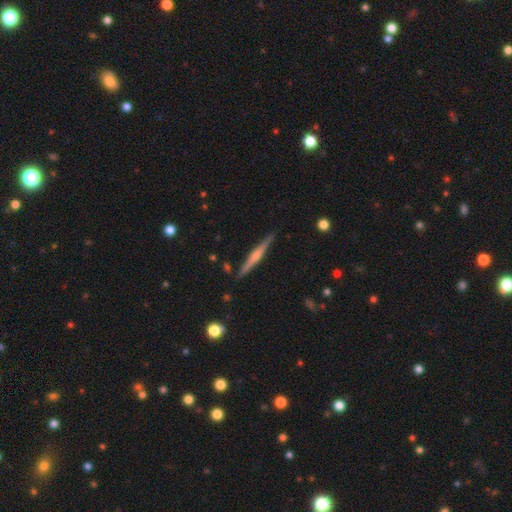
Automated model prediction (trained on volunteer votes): Smooth or featured: featured or disk — 72% (smooth — 22%)
Edge-on disk: yes — 98% (no — 2%)
Edge-on bulge: rounded — 76% (none — 16%)
Merging: none — 90% (minor disturbance — 7%)